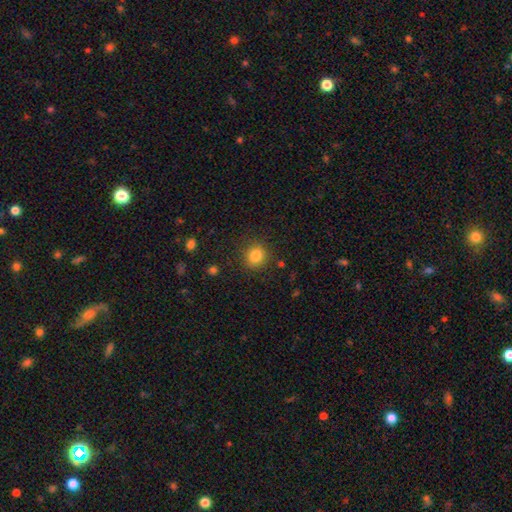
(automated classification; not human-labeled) This is clearly a smooth galaxy (84%). How rounded: clearly round (81%). Merging: clearly none (87%).